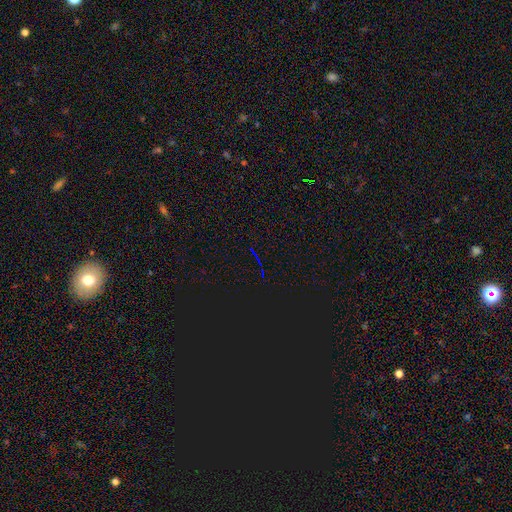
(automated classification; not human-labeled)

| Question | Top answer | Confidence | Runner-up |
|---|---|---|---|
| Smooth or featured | star or artifact | 80% | featured or disk (10%) |